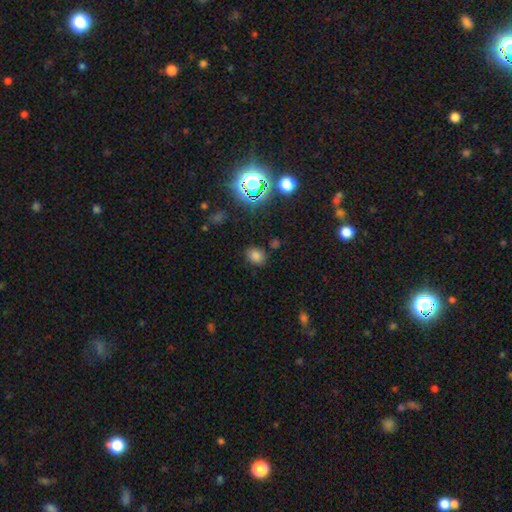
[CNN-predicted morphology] smooth-or-featured: smooth: 72% | star or artifact: 21% | featured or disk: 7%
  how-rounded: round: 51% | in between: 48% | cigar-shaped: 1%
  merging: none: 81% | minor disturbance: 12% | major disturbance: 4% | merger: 3%